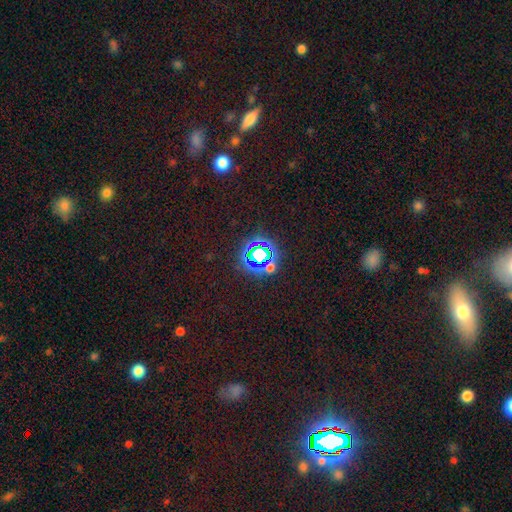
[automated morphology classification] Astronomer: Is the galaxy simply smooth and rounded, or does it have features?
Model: star or artifact — 74%.